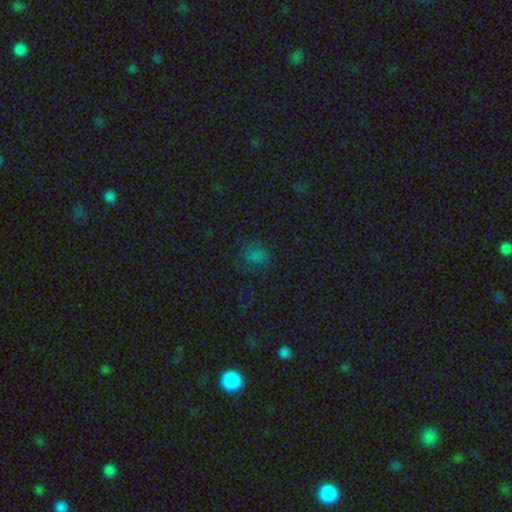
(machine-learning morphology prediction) Smooth or featured: smooth — 66% (star or artifact — 27%)
How rounded: round — 71% (in between — 28%)
Merging: none — 73% (minor disturbance — 16%)